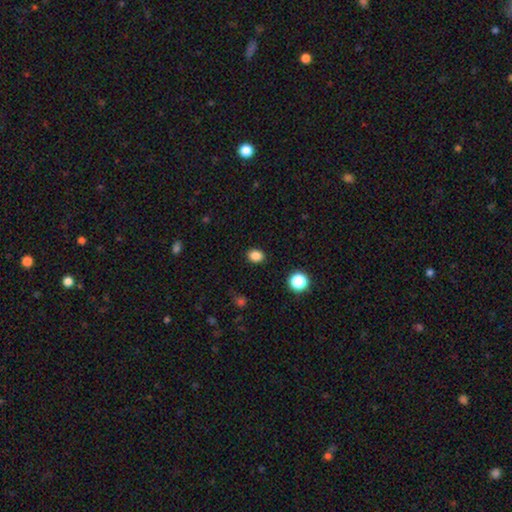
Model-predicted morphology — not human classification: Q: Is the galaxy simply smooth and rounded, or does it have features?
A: smooth — 85%.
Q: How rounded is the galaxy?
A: in between — 56%.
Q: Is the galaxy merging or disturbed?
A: none — 89%.